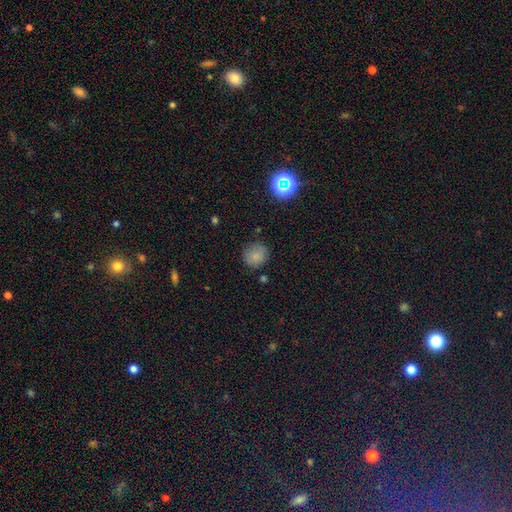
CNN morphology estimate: Smooth or featured?
  - smooth: 80% *
  - star or artifact: 13%
  - featured or disk: 7%
How rounded?
  - round: 90% *
  - in between: 9%
  - cigar-shaped: 1%
Merging?
  - none: 80% *
  - minor disturbance: 14%
  - major disturbance: 3%
  - merger: 2%